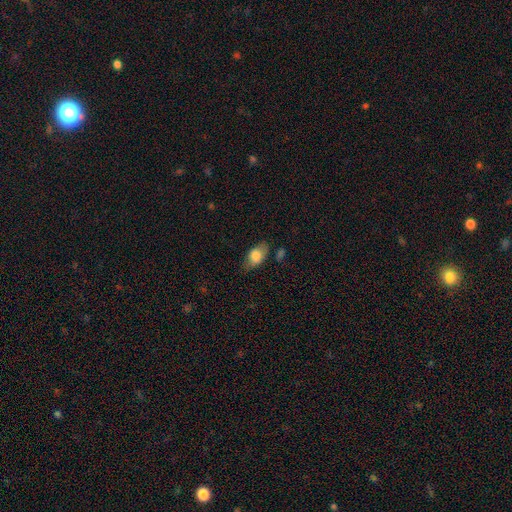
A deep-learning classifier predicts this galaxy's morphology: Overall: smooth (76%). How rounded: in between (89%). Merging: none (71%).